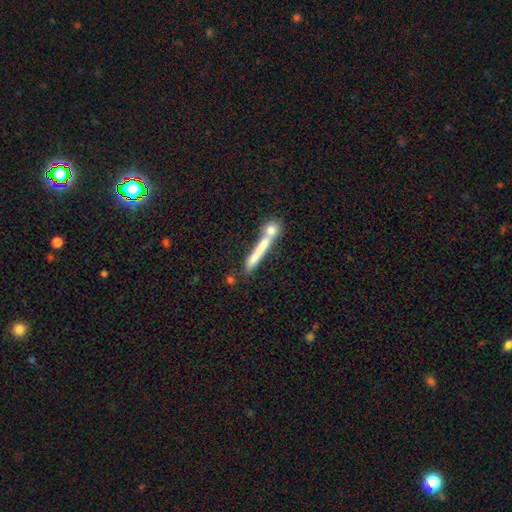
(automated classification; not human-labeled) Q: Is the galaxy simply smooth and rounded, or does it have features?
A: smooth — 66%.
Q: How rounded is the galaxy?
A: cigar-shaped — 86%.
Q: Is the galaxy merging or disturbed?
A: none — 48%.